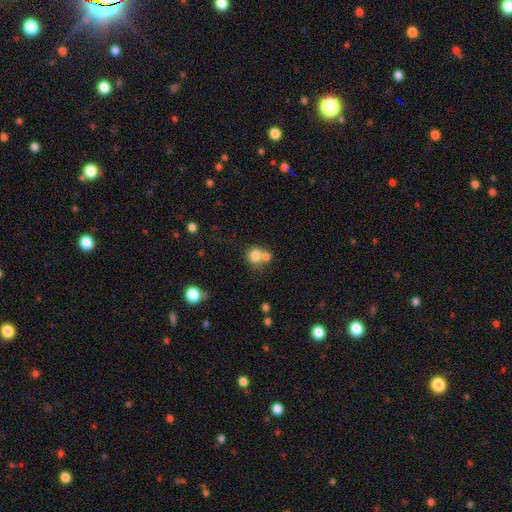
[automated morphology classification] Smooth or featured?
  - smooth: 79% *
  - star or artifact: 11%
  - featured or disk: 10%
How rounded?
  - round: 86% *
  - in between: 13%
  - cigar-shaped: 1%
Merging?
  - merger: 44% * (tied)
  - none: 44% * (tied)
  - minor disturbance: 8%
  - major disturbance: 4%